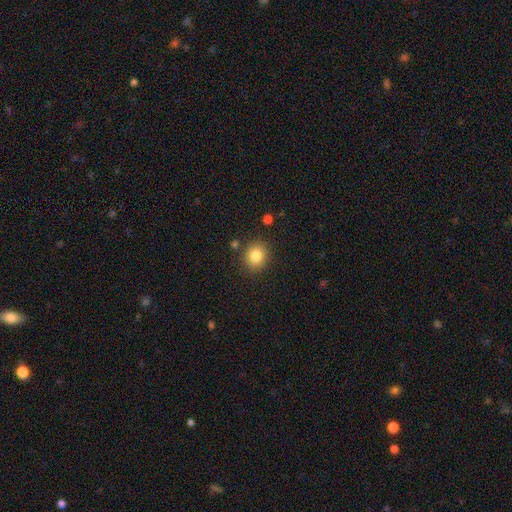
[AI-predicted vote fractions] smooth-or-featured: smooth: 82% | star or artifact: 11% | featured or disk: 7%
  how-rounded: round: 77% | in between: 22% | cigar-shaped: 1%
  merging: none: 85% | minor disturbance: 9% | merger: 3% | major disturbance: 3%